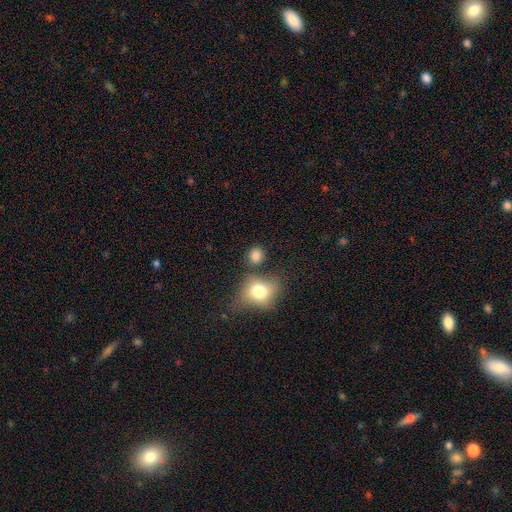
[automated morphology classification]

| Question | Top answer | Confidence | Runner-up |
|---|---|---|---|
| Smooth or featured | smooth | 82% | star or artifact (11%) |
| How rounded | round | 73% | in between (25%) |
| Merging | none | 72% | merger (12%) |